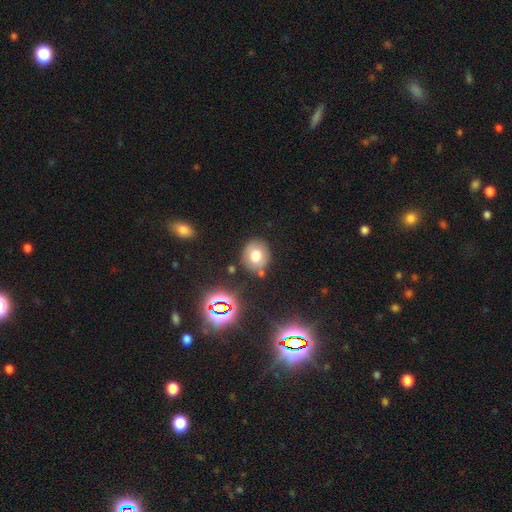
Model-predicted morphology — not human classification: A smooth galaxy with no disk features (70%) that is round (79%). Merging: none (79%).